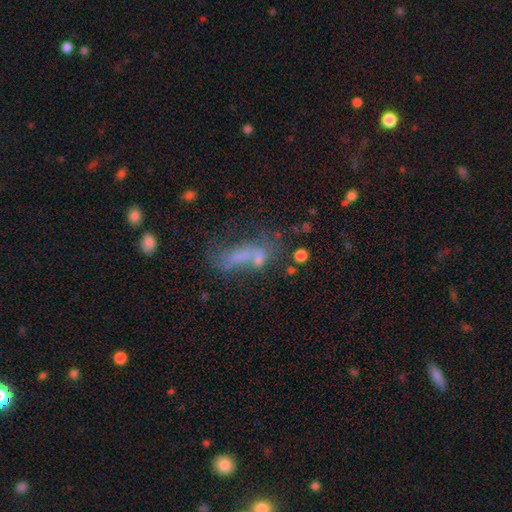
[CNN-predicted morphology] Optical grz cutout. It shows a smooth galaxy with no disk features (38%). Merging: none (34%).